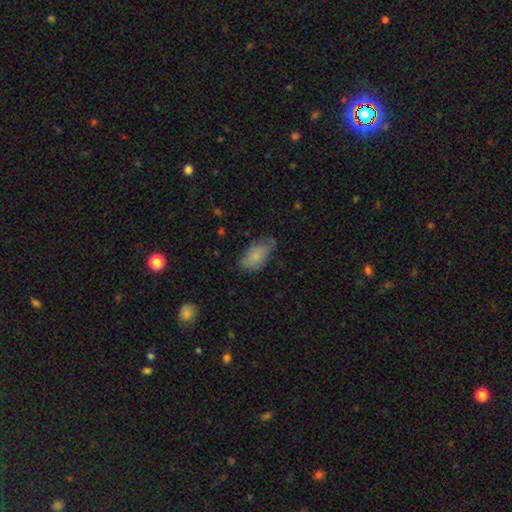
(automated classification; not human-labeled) A smooth galaxy with no disk features (77%) that is in between round and cigar-shaped (93%). Merging: none (57%).